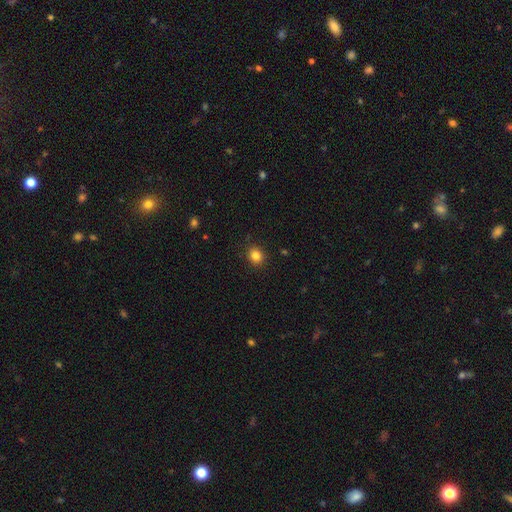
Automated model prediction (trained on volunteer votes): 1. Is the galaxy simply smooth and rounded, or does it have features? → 83% smooth, 12% star or artifact, 5% featured or disk.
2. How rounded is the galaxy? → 76% round, 23% in between, 1% cigar-shaped.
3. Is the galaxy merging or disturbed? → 90% none, 7% minor disturbance, 2% major disturbance, 1% merger.